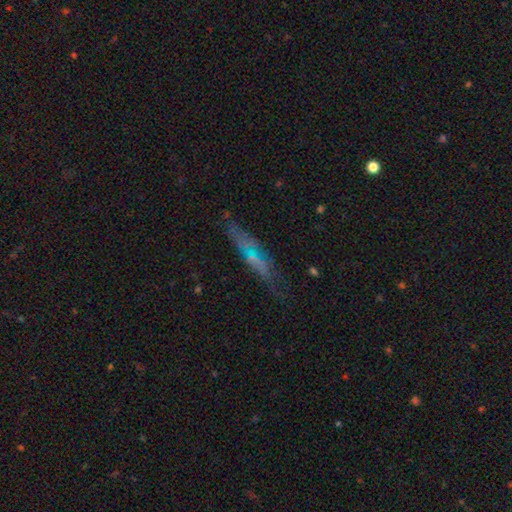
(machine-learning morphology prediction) The model was most divided on "smooth or featured": featured or disk: 47%, smooth: 41%, star or artifact: 11%. More confident: merging — none (69%).